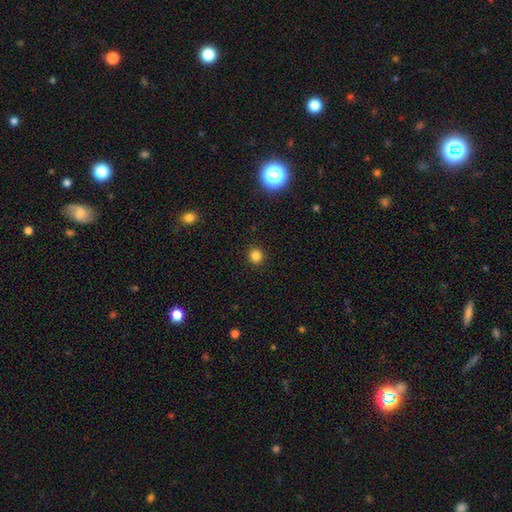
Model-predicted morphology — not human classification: A smooth galaxy with no disk features (82%) that is round (92%).

Vote fractions:
- Smooth or featured? smooth: 82% / star or artifact: 14% / featured or disk: 4%
- How rounded? round: 92% / in between: 7% / cigar-shaped: 1%
- Merging? none: 92% / minor disturbance: 5% / major disturbance: 2% / merger: 1%